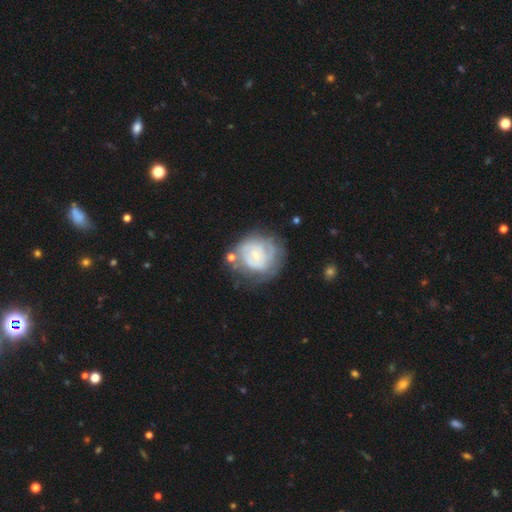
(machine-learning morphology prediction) smooth_or_featured: featured or disk (p=0.71) [alt: smooth p=0.23]
disk_edge_on: no (p=0.98) [alt: yes p=0.02]
bar: no (p=0.75) [alt: weak p=0.21]
has_spiral_arms: yes (p=0.75) [alt: no p=0.25]
spiral_winding: tight (p=0.67) [alt: medium p=0.24]
spiral_arm_count: can't tell (p=0.52) [alt: 2 p=0.22]
bulge_size: small (p=0.71) [alt: moderate p=0.24]
merging: none (p=0.56) [alt: minor disturbance p=0.22]